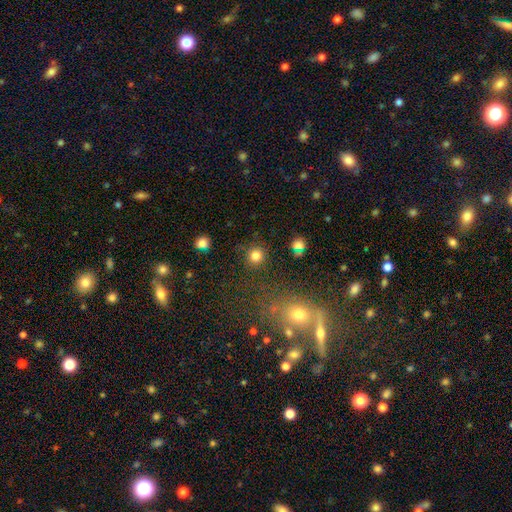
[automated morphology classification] Smooth or featured? Predicted: smooth (p=0.82). How rounded? Predicted: round (p=0.94). Merging? Predicted: none (p=0.88).